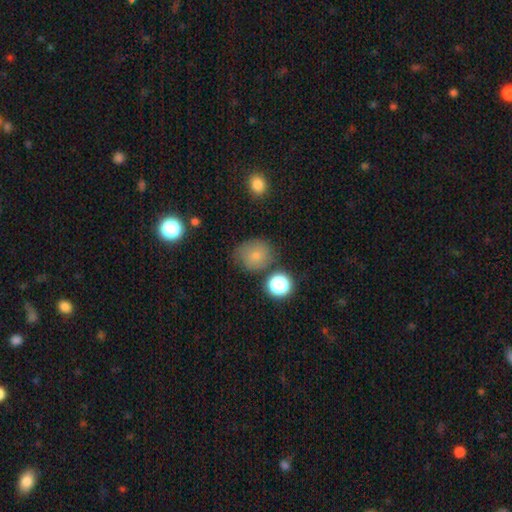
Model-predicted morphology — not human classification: Smooth or featured: smooth — 75% (star or artifact — 13%)
How rounded: round — 71% (in between — 28%)
Merging: none — 66% (minor disturbance — 21%)